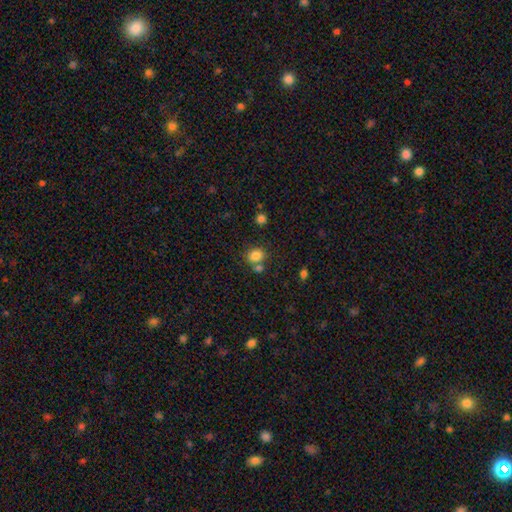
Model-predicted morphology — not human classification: A smooth galaxy with no disk features (82%) that is round (64%). Merging: none (61%).